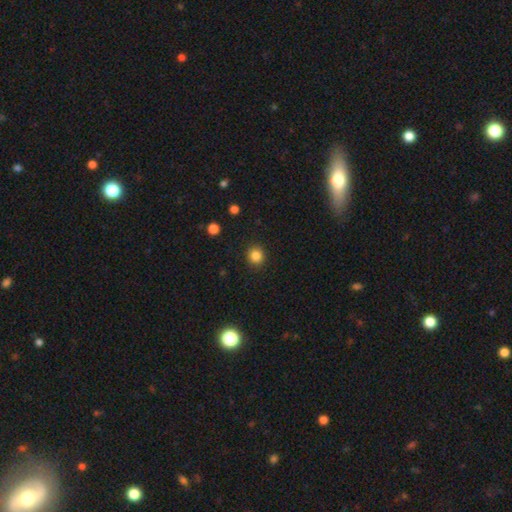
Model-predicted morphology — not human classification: smooth-or-featured: smooth: 84% | star or artifact: 12% | featured or disk: 4%
  how-rounded: round: 87% | in between: 13% | cigar-shaped: 1%
  merging: none: 91% | minor disturbance: 6% | major disturbance: 2% | merger: 1%